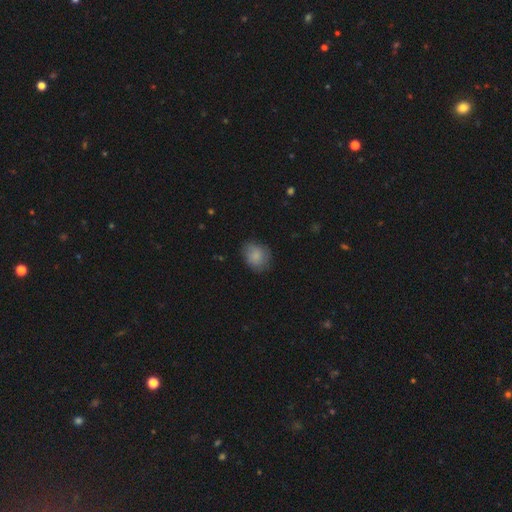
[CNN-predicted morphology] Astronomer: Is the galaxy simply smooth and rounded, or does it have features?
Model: smooth — 84%.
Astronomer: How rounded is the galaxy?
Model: round — 56% (runner-up: in between, 43%).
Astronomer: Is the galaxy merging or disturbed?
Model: none — 72%.